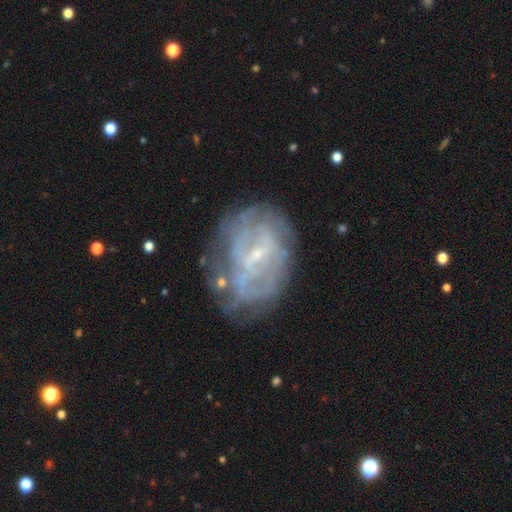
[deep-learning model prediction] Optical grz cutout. It shows a featured or disk galaxy (75%) with a weak bar (52%), spiral arms (62%) and a small central bulge (75%). Merging: none (57%).